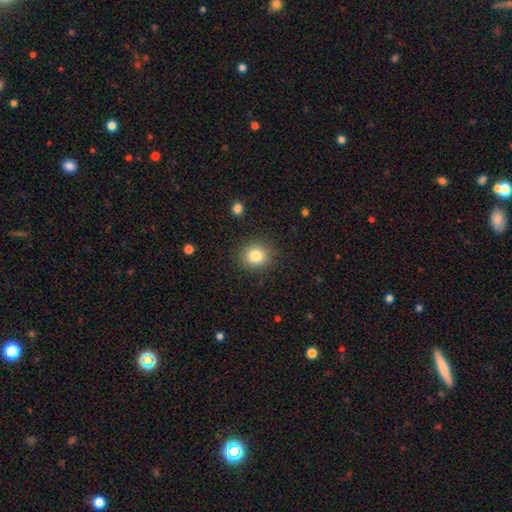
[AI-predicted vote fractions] Smooth or featured? Predicted: smooth (p=0.83). How rounded? Predicted: round (p=0.79). Merging? Predicted: none (p=0.88).